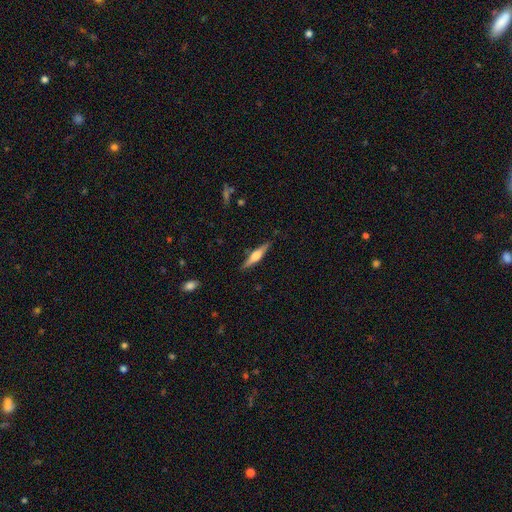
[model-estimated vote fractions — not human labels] Smooth or featured? Predicted: featured or disk (p=0.61). Edge-on disk? Predicted: yes (p=0.97). Edge-on bulge? Predicted: rounded (p=0.85). Merging? Predicted: none (p=0.88).